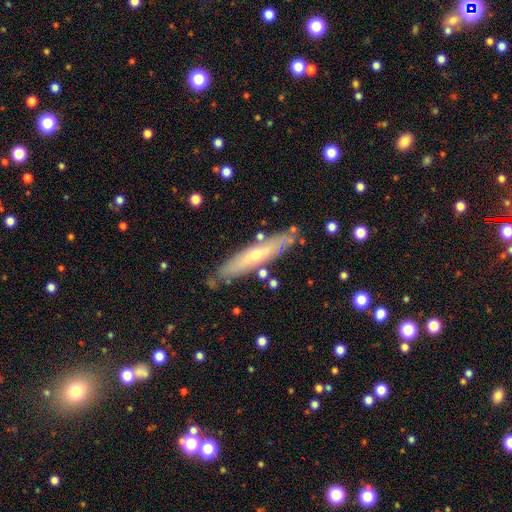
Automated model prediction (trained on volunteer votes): Smooth or featured? Predicted: featured or disk (p=0.58). Edge-on disk? Predicted: yes (p=0.65). Merging? Predicted: none (p=0.79).